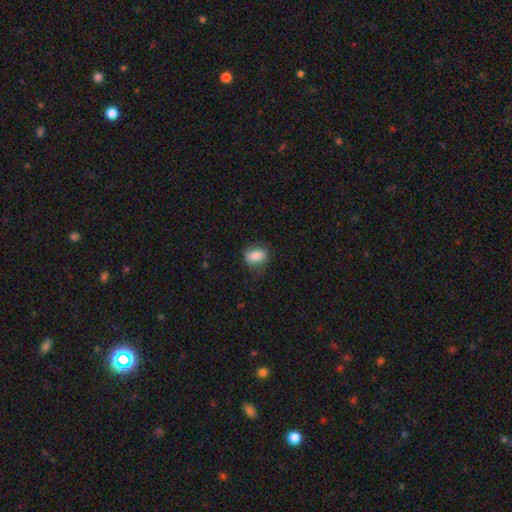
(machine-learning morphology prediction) A smooth galaxy with no disk features (78%) that is in between round and cigar-shaped (75%).

Vote fractions:
- Smooth or featured? smooth: 78% / featured or disk: 14% / star or artifact: 8%
- How rounded? in between: 75% / round: 22% / cigar-shaped: 3%
- Merging? none: 71% / minor disturbance: 21% / major disturbance: 7% / merger: 1%